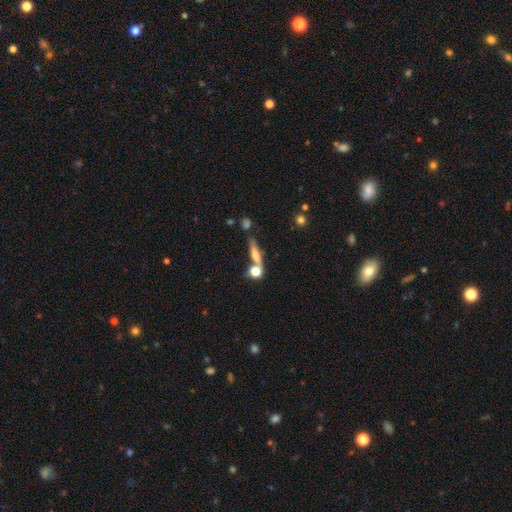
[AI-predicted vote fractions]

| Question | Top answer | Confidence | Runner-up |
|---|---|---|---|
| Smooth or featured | smooth | 49% | featured or disk (39%) |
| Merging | none | 59% | merger (22%) |